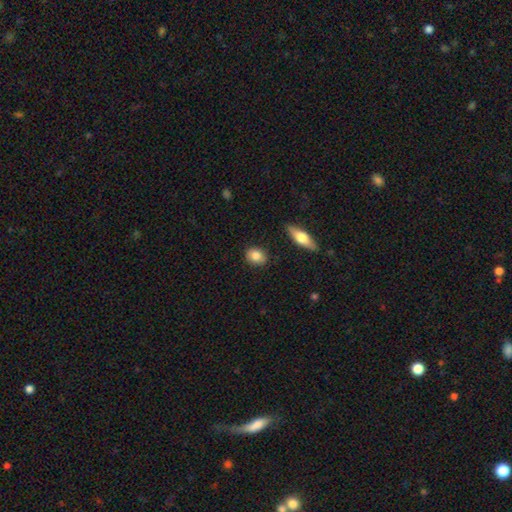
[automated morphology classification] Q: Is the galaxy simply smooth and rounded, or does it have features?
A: smooth — 83%.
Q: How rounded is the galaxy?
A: round — 50%.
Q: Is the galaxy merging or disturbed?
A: none — 86%.